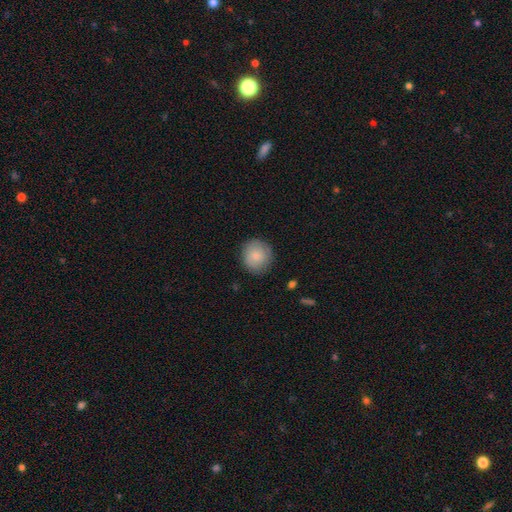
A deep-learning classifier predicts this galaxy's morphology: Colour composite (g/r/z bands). It shows a smooth galaxy with no disk features (82%) that is round (85%). Merging: none (86%).